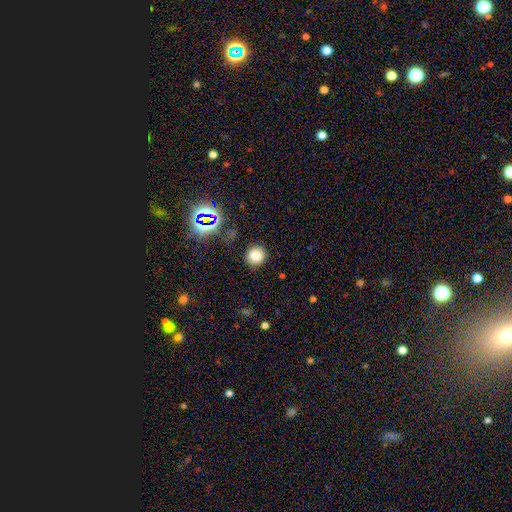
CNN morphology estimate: smooth 76%, star or artifact 17%, featured or disk 6%. Down the decision tree: how rounded — round (89%); merging — none (87%).